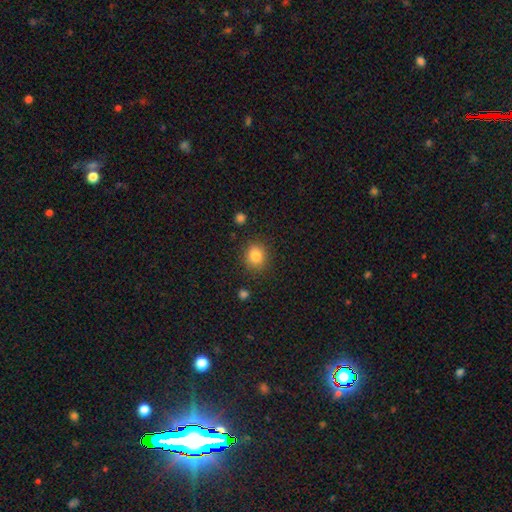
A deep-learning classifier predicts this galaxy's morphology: smooth 84%, star or artifact 10%, featured or disk 6%. Down the decision tree: how rounded — round (77%); merging — none (86%).